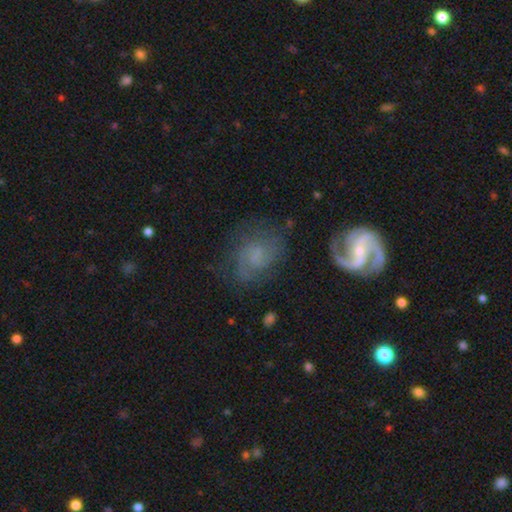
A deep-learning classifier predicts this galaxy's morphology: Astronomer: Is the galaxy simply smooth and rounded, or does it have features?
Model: featured or disk — 68%.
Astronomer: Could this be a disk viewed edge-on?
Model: no — 97%.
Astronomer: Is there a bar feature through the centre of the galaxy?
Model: no — 44%, tied with weak at 44%.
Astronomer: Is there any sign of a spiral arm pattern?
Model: yes — 93%.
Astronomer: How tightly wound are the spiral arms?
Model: medium — 52% (runner-up: loose, 27%).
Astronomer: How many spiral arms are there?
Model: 2 — 77%.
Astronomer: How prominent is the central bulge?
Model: small — 48% (runner-up: none, 27%).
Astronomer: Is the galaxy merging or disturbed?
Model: none — 61%.